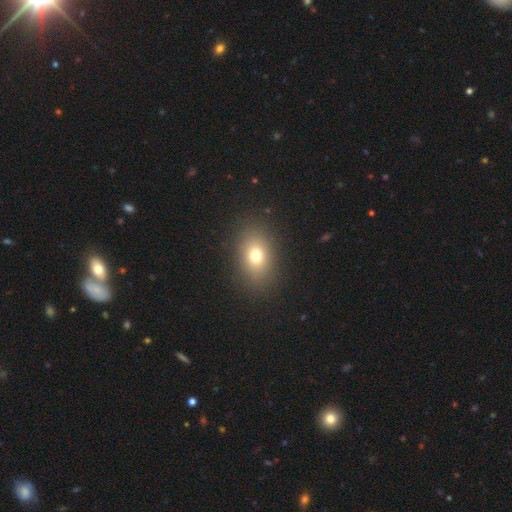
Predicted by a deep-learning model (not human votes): Q: Smooth or featured?
A: smooth (74%); runner-up: star or artifact (14%)
Q: How rounded?
A: in between (74%); runner-up: round (24%)
Q: Merging?
A: none (87%); runner-up: minor disturbance (8%)